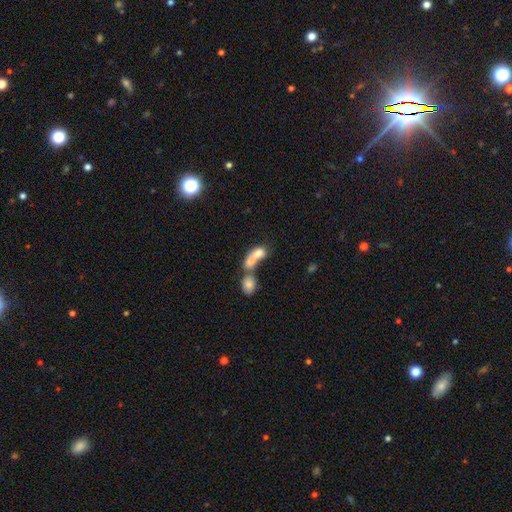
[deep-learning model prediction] This appears to be a smooth galaxy with no disk features (71%) that is in between round and cigar-shaped (72%). Merging: merger (72%).